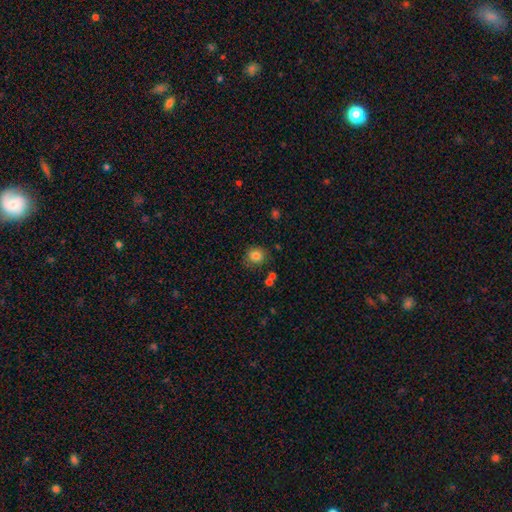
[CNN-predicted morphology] smooth-or-featured: smooth: 82% | star or artifact: 11% | featured or disk: 7%
  how-rounded: round: 85% | in between: 14% | cigar-shaped: 1%
  merging: none: 80% | minor disturbance: 13% | merger: 4% | major disturbance: 3%